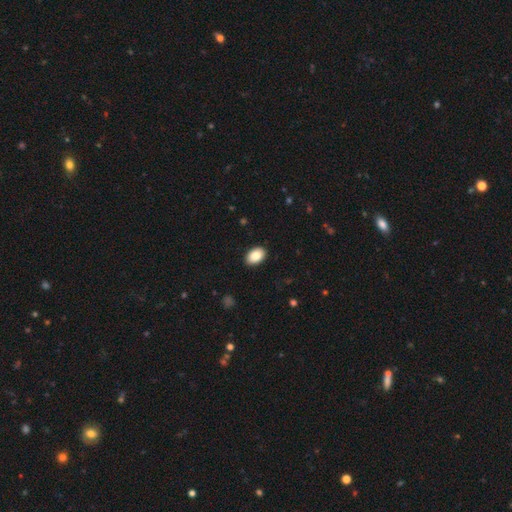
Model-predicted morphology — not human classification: Q: Smooth or featured?
A: smooth (87%); runner-up: star or artifact (7%)
Q: How rounded?
A: in between (89%); runner-up: round (10%)
Q: Merging?
A: none (89%); runner-up: minor disturbance (8%)